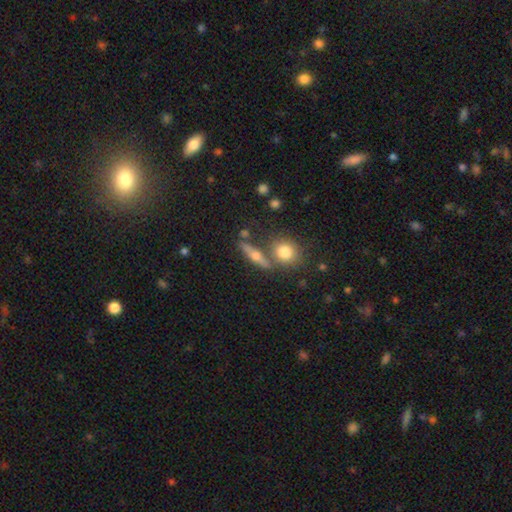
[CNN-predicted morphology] The model was most divided on "smooth or featured": featured or disk: 55%, smooth: 35%, star or artifact: 10%. More confident: edge-on disk — yes (90%); merging — none (72%).